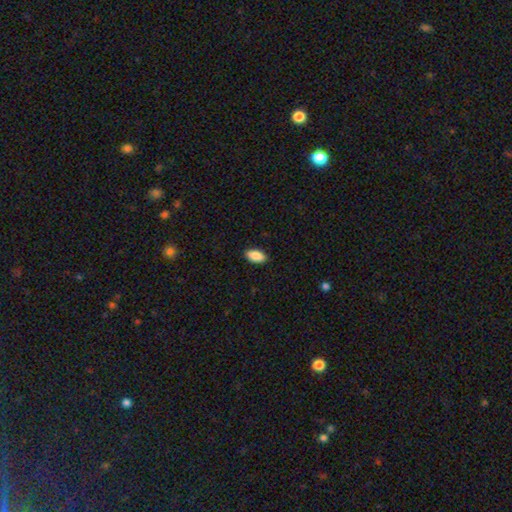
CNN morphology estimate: Smooth or featured: smooth — 88% (star or artifact — 6%)
How rounded: in between — 92% (cigar-shaped — 6%)
Merging: none — 89% (minor disturbance — 8%)